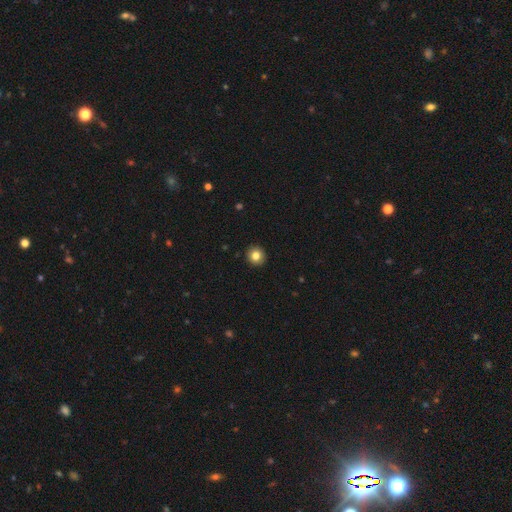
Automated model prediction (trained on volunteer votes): Smooth or featured: smooth — 83% (star or artifact — 10%)
How rounded: round — 92% (in between — 7%)
Merging: none — 93% (minor disturbance — 5%)